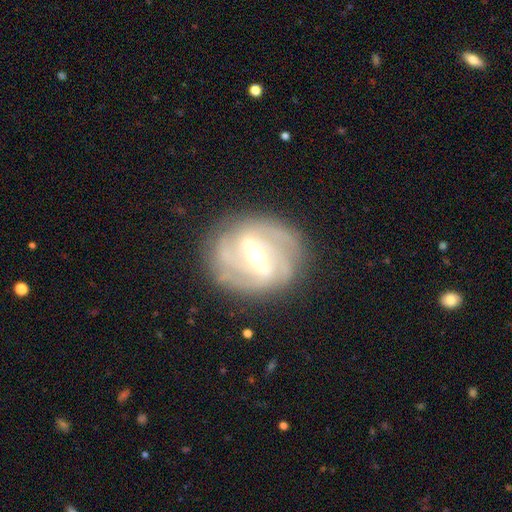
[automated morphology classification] Smooth or featured?
  - featured or disk: 86% *
  - smooth: 8%
  - star or artifact: 6%
Edge-on disk?
  - no: 94% *
  - yes: 6%
Bar?
  - strong: 71% *
  - weak: 24%
  - no: 5%
Spiral arms?
  - yes: 91% *
  - no: 9%
Spiral winding?
  - tight: 60% *
  - medium: 30%
  - loose: 10%
Spiral arm count?
  - 2: 28% *
  - can't tell: 27%
  - 3: 21%
  - 4: 13%
  - more than 4: 6%
  - 1: 5%
Bulge size?
  - moderate: 67% *
  - small: 18%
  - large: 12%
  - none: 1%
  - dominant: 1%
Merging?
  - none: 79% *
  - minor disturbance: 14%
  - major disturbance: 6%
  - merger: 2%